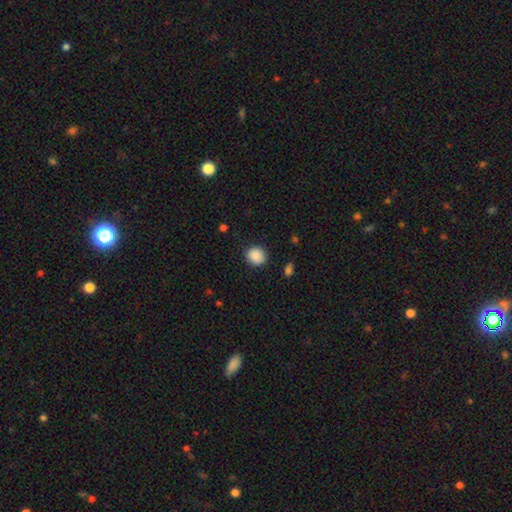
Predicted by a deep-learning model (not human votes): A smooth galaxy with no disk features (88%) that is round (84%). Merging: none (87%).